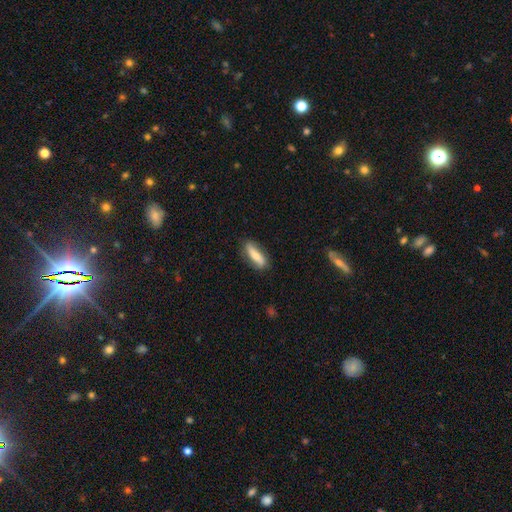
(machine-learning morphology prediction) Smooth or featured? smooth (75%)
How rounded? cigar-shaped (58%)
Merging? none (77%)